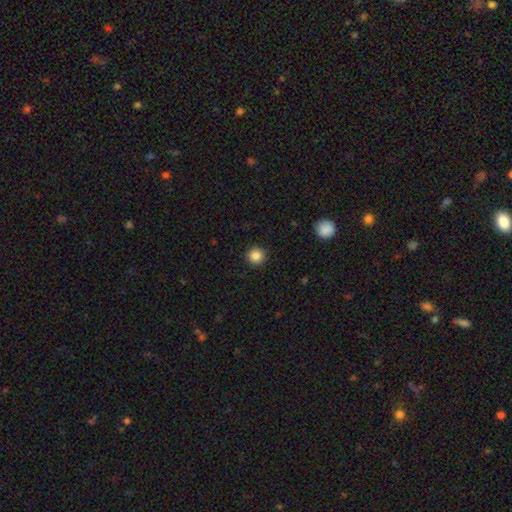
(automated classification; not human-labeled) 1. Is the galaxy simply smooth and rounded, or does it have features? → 86% smooth, 10% star or artifact, 4% featured or disk.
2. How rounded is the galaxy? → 95% round, 4% in between, 1% cigar-shaped.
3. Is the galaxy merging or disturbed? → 92% none, 5% minor disturbance, 2% major disturbance, 1% merger.